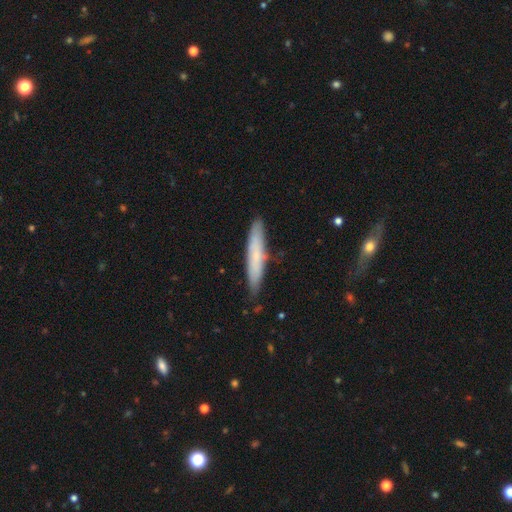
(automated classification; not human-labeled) Smooth or featured? smooth (63%)
How rounded? cigar-shaped (91%)
Merging? none (84%)